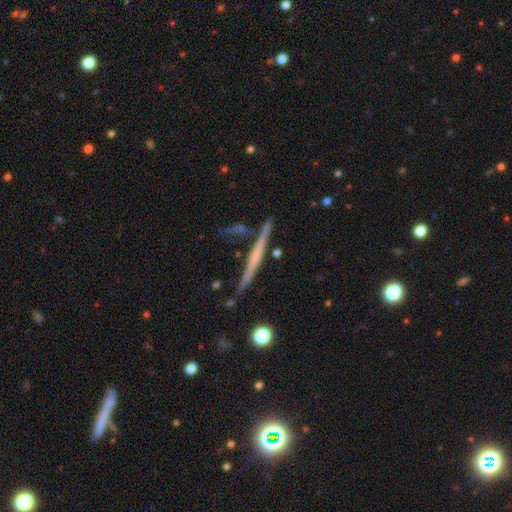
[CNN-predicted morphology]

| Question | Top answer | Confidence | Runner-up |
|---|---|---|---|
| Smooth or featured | featured or disk | 65% | smooth (29%) |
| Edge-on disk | yes | 97% | no (3%) |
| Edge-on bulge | none | 65% | rounded (24%) |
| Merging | none | 82% | minor disturbance (10%) |